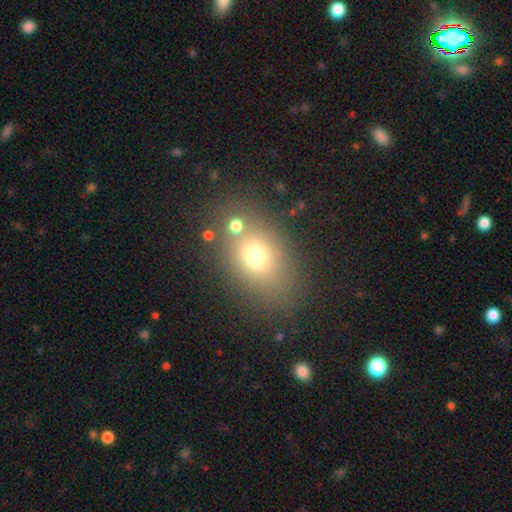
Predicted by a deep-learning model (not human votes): A smooth galaxy with no disk features (69%) that is in between round and cigar-shaped (62%).

Vote fractions:
- Smooth or featured? smooth: 69% / star or artifact: 17% / featured or disk: 14%
- How rounded? in between: 62% / round: 36% / cigar-shaped: 2%
- Merging? none: 69% / merger: 12% / minor disturbance: 12% / major disturbance: 6%